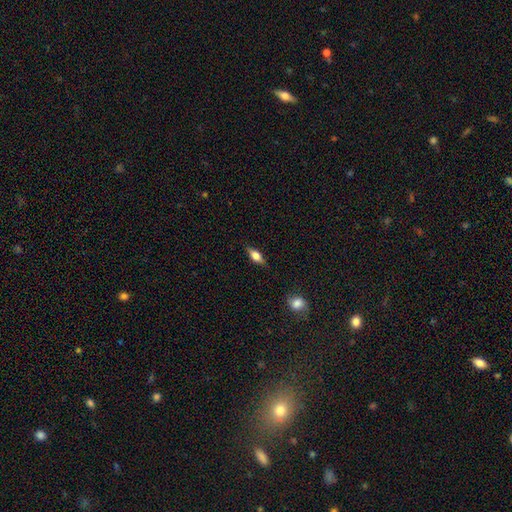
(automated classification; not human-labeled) Smooth or featured? smooth (56%)
How rounded? in between (68%)
Merging? none (84%)